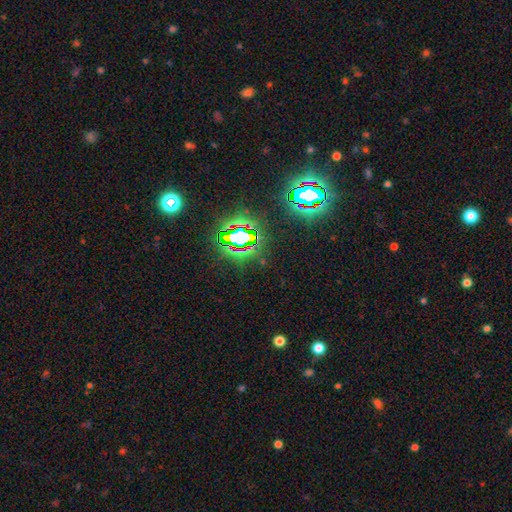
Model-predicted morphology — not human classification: A star or artifact, not a galaxy (81%).

Vote fractions:
- Smooth or featured? star or artifact: 81% / smooth: 11% / featured or disk: 8%